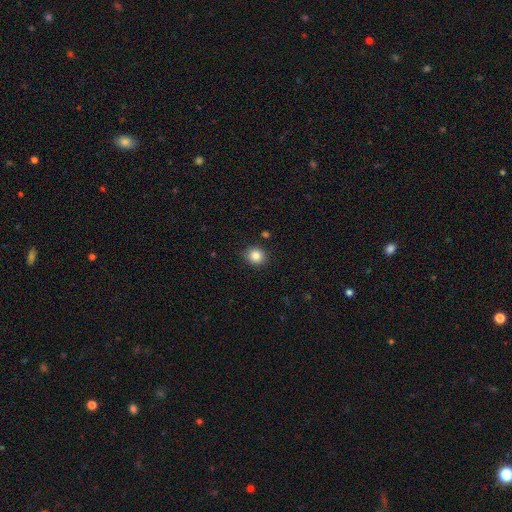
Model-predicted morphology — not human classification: Overall: smooth (84%). How rounded: round (81%). Merging: none (88%).